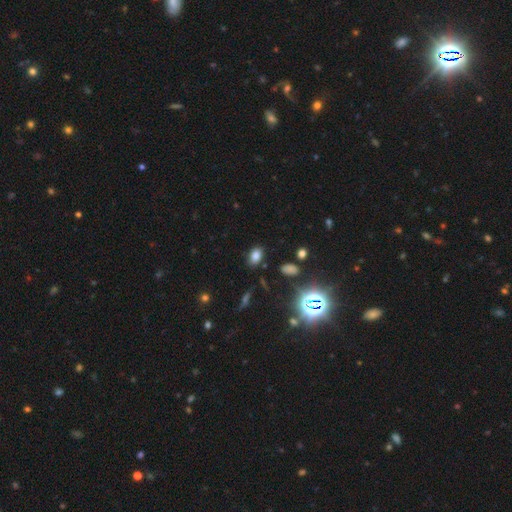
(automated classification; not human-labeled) smooth 77%, star or artifact 17%, featured or disk 7%. Down the decision tree: how rounded — in between (85%); merging — none (83%).